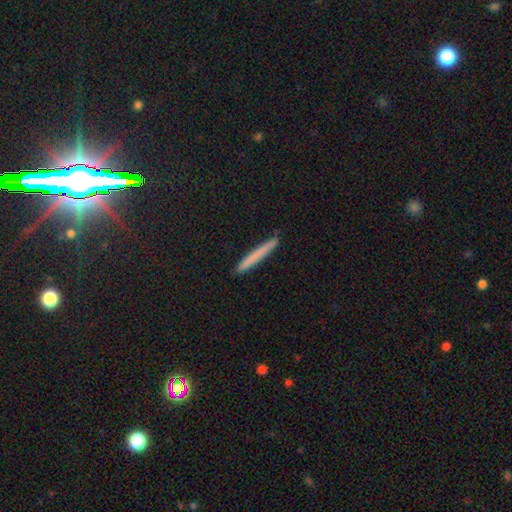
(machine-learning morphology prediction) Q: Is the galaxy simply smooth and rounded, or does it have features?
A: smooth — 71%.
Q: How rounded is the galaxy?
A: cigar-shaped — 97%.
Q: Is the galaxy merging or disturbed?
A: none — 91%.